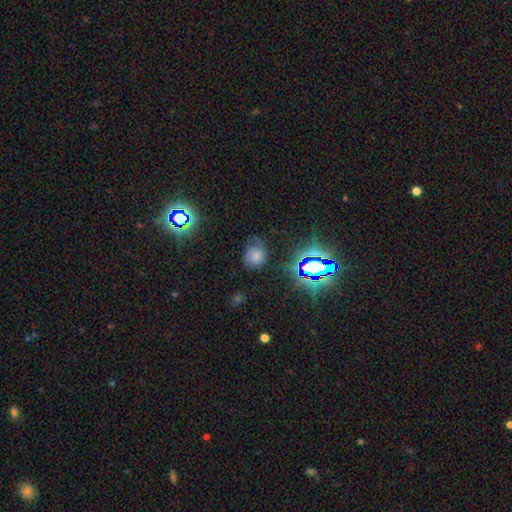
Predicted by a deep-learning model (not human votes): Smooth or featured? Predicted: smooth (p=0.56). How rounded? Predicted: round (p=0.68). Merging? Predicted: none (p=0.51).